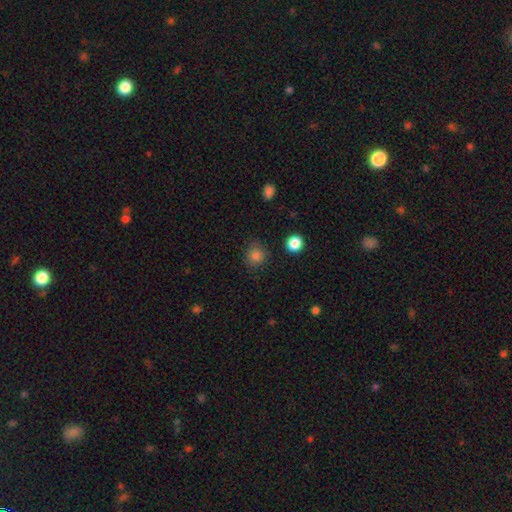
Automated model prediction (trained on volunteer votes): Smooth or featured?
  - smooth: 83% *
  - star or artifact: 13%
  - featured or disk: 4%
How rounded?
  - round: 87% *
  - in between: 12%
  - cigar-shaped: 1%
Merging?
  - none: 82% *
  - minor disturbance: 12%
  - major disturbance: 4%
  - merger: 2%